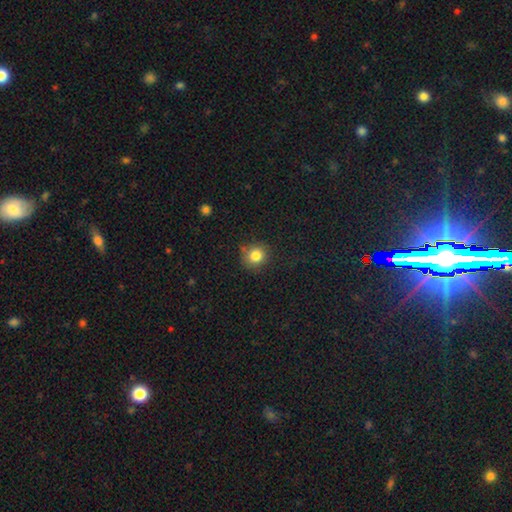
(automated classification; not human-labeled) smooth_or_featured: smooth (p=0.82) [alt: star or artifact p=0.11]
how_rounded: round (p=0.89) [alt: in between p=0.10]
merging: none (p=0.82) [alt: minor disturbance p=0.12]